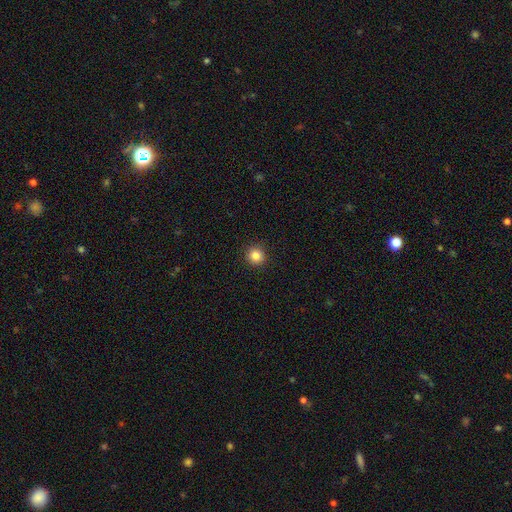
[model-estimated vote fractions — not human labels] Smooth or featured?
  - smooth: 85% *
  - star or artifact: 11%
  - featured or disk: 5%
How rounded?
  - round: 94% *
  - in between: 5%
  - cigar-shaped: 1%
Merging?
  - none: 93% *
  - minor disturbance: 5%
  - major disturbance: 2%
  - merger: 1%